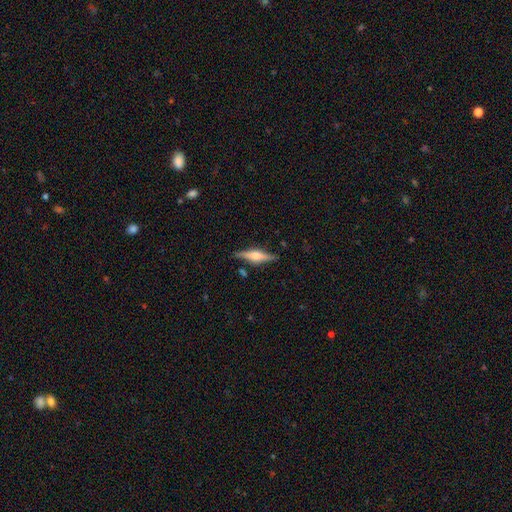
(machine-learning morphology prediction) Smooth or featured?
  - featured or disk: 65% *
  - smooth: 28%
  - star or artifact: 7%
Edge-on disk?
  - yes: 96% *
  - no: 4%
Edge-on bulge?
  - rounded: 80% *
  - boxy: 16%
  - none: 3%
Merging?
  - none: 84% *
  - minor disturbance: 11%
  - major disturbance: 3%
  - merger: 2%